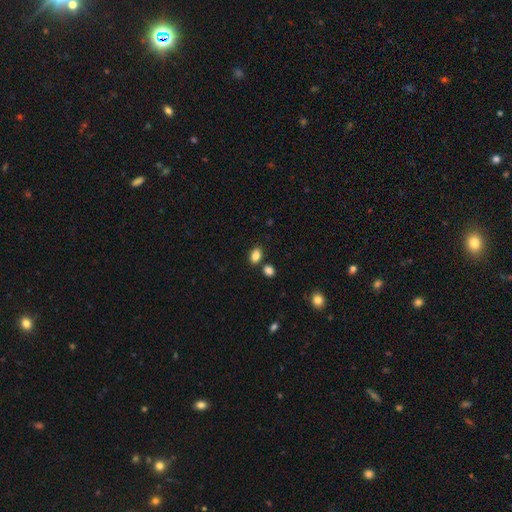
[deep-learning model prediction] A smooth galaxy with no disk features (85%) that is in between round and cigar-shaped (83%). Merging: none (76%).